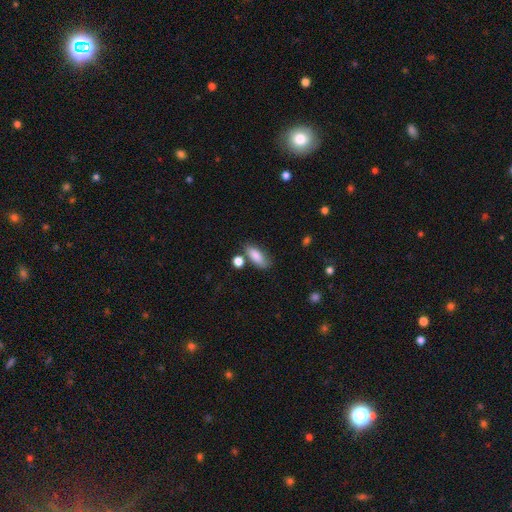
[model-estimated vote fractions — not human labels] smooth 84%, featured or disk 8%, star or artifact 8%. Down the decision tree: how rounded — in between (78%); merging — none (63%).